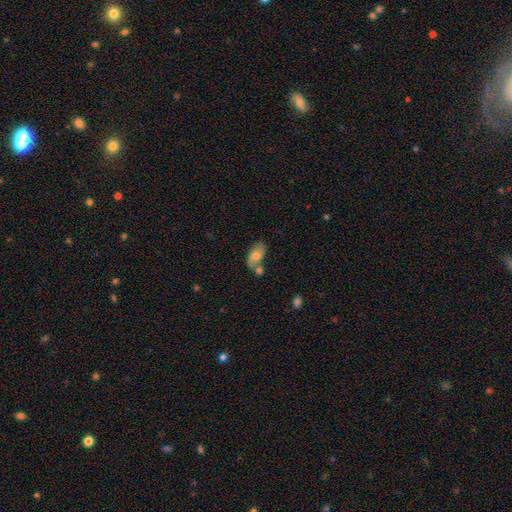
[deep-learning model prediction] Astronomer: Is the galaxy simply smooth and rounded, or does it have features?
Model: smooth — 55% (runner-up: featured or disk, 37%).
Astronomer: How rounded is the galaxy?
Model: in between — 90%.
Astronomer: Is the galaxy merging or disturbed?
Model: none — 43% (runner-up: merger, 33%).